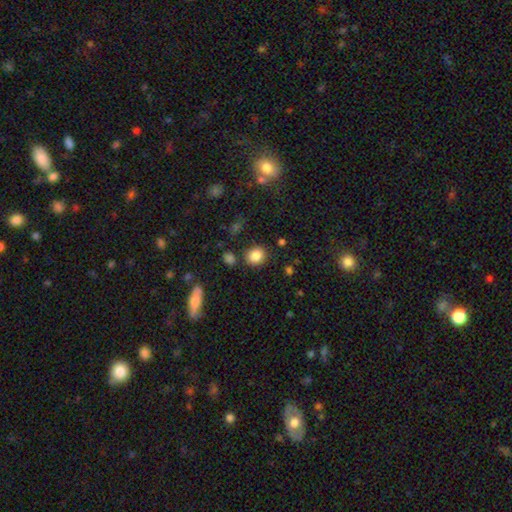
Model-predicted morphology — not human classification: Smooth or featured? Predicted: smooth (p=0.85). How rounded? Predicted: round (p=0.69). Merging? Predicted: none (p=0.82).